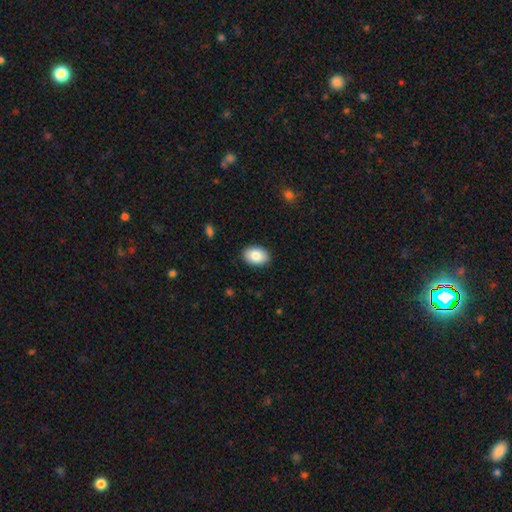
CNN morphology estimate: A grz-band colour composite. It shows a smooth galaxy with no disk features (86%) that is in between round and cigar-shaped (84%). Merging: none (90%).